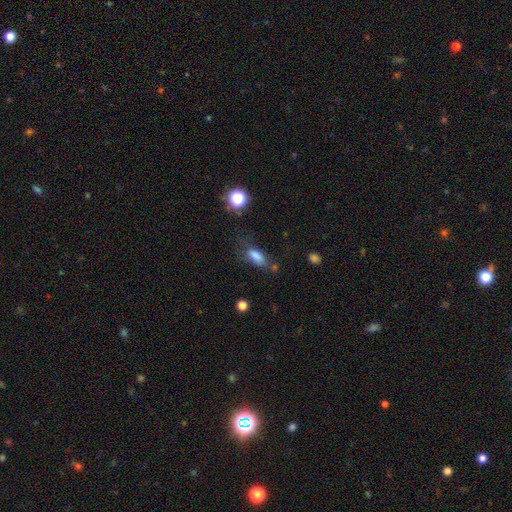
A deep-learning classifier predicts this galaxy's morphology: Smooth or featured: smooth — 78% (star or artifact — 11%)
How rounded: in between — 79% (cigar-shaped — 15%)
Merging: none — 52% (minor disturbance — 26%)